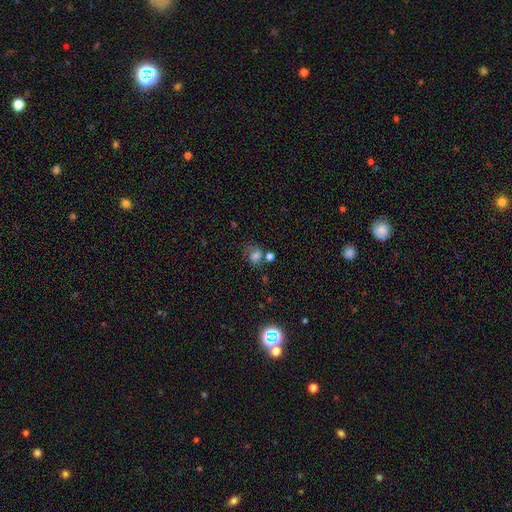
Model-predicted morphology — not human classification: type=smooth (65%); roundness=round (52%); merging=none (43%).